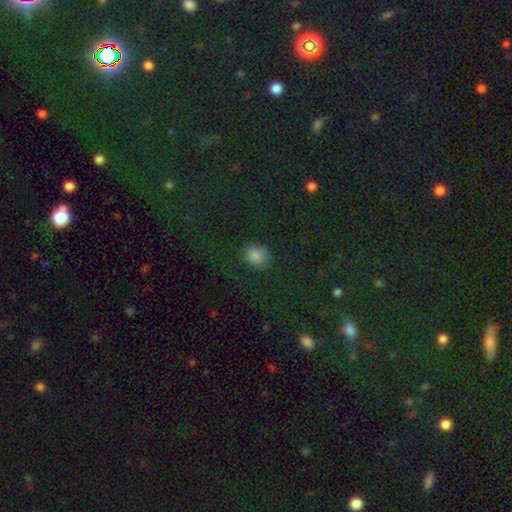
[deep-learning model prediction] The model was most divided on "how rounded": round: 66%, in between: 33%, cigar-shaped: 1%. More confident: smooth or featured — smooth (82%); merging — none (80%).